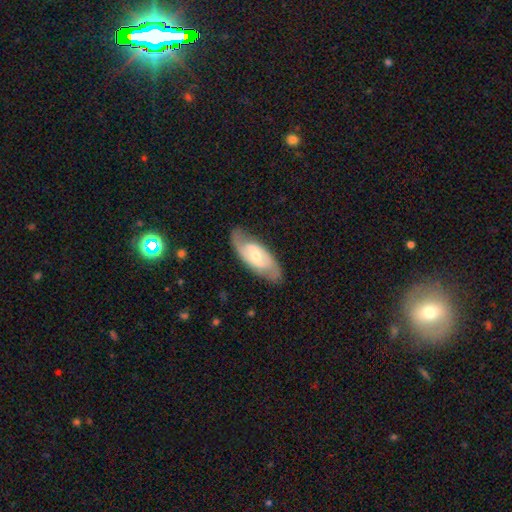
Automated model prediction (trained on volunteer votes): smooth-or-featured: featured or disk: 68% | smooth: 27% | star or artifact: 5%
  disk-edge-on: no: 88% | yes: 12%
    bar: weak: 46% | no: 36% | strong: 18%
    has-spiral-arms: yes: 77% | no: 23%
    bulge-size: moderate: 54% | small: 38% | large: 5% | none: 2% | dominant: 1%
  merging: none: 74% | minor disturbance: 18% | major disturbance: 6% | merger: 1%